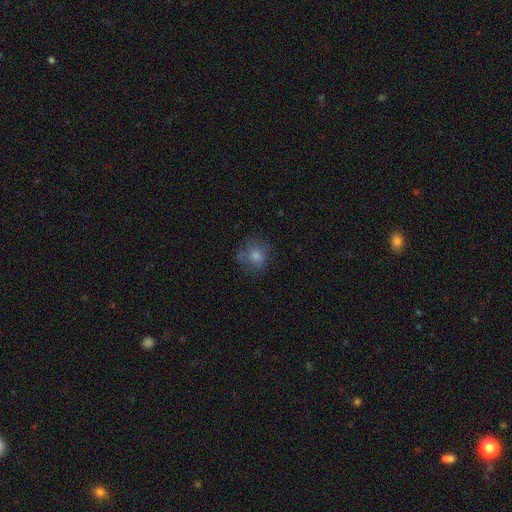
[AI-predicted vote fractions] Smooth or featured: smooth — 68% (star or artifact — 17%)
How rounded: round — 84% (in between — 15%)
Merging: none — 71% (minor disturbance — 19%)